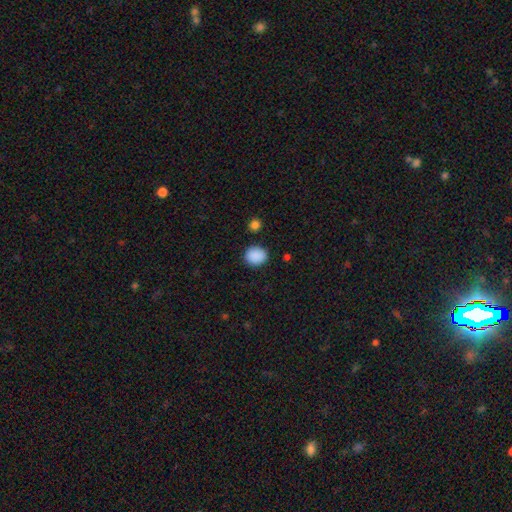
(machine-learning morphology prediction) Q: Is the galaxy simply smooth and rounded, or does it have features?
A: smooth — 89%.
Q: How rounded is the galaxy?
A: round — 74%.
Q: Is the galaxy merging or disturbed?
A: none — 86%.